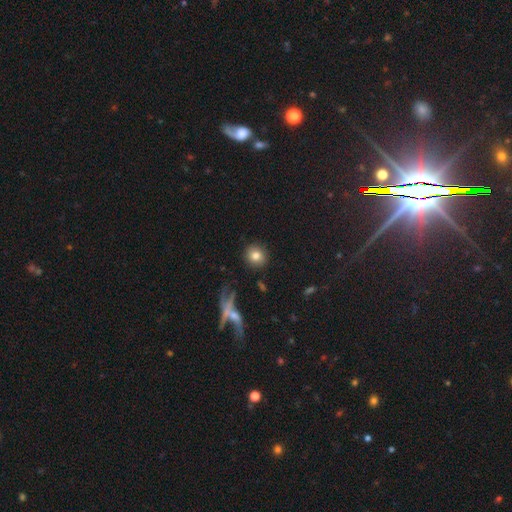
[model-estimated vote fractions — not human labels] Smooth or featured: smooth — 80% (star or artifact — 10%)
How rounded: round — 86% (in between — 12%)
Merging: none — 87% (minor disturbance — 7%)